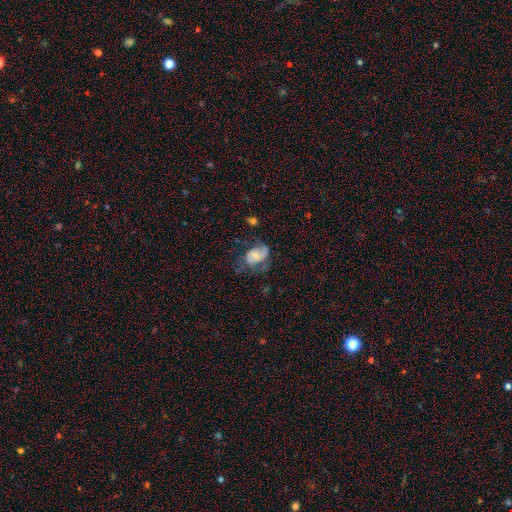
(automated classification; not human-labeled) This is possibly a featured or disk galaxy (56%). It is clearly not viewed edge-on (96%). Bar: possibly no (59%). Spiral arm pattern: likely yes (78%). Central bulge: marginally moderate (45%). Merging: marginally none (43%).